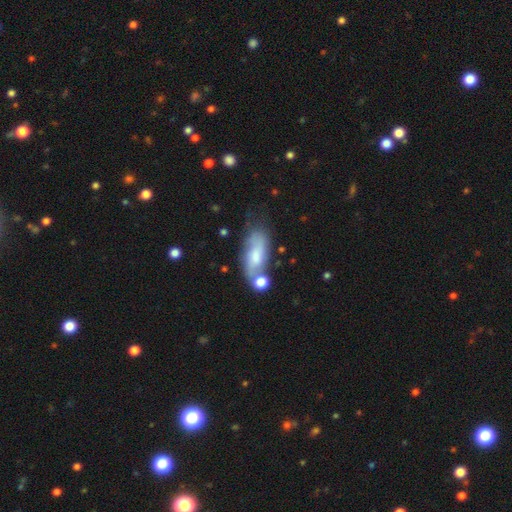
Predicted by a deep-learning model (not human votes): This appears to be a smooth galaxy with no disk features (46%, tied with featured or disk). Merging: none (49%).